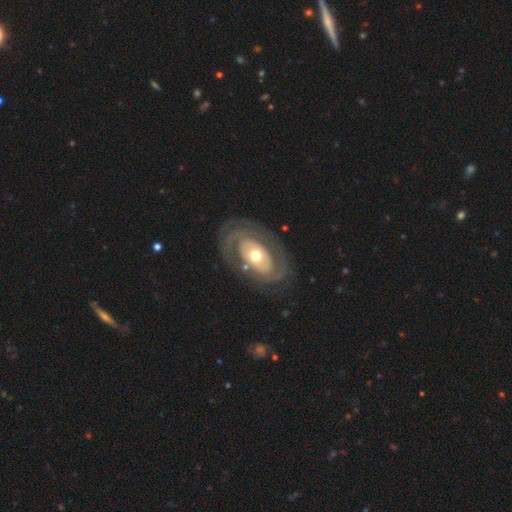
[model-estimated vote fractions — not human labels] This appears to be a featured or disk galaxy (77%) with no bar (77%), spiral arms (60%) and a moderate central bulge (71%). Merging: none (75%).